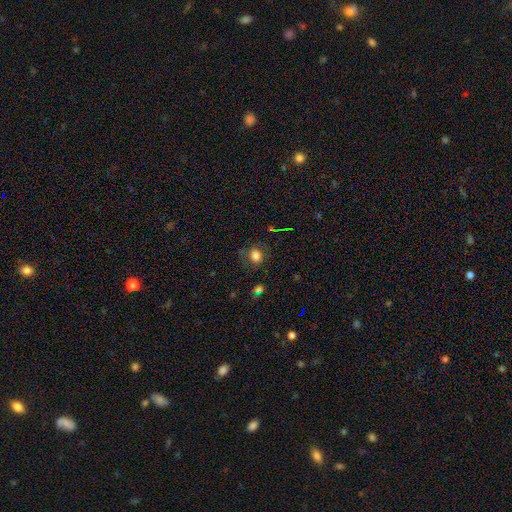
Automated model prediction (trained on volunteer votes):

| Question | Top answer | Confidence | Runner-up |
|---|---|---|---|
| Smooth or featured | smooth | 79% | star or artifact (12%) |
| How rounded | round | 59% | in between (40%) |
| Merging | none | 74% | minor disturbance (17%) |